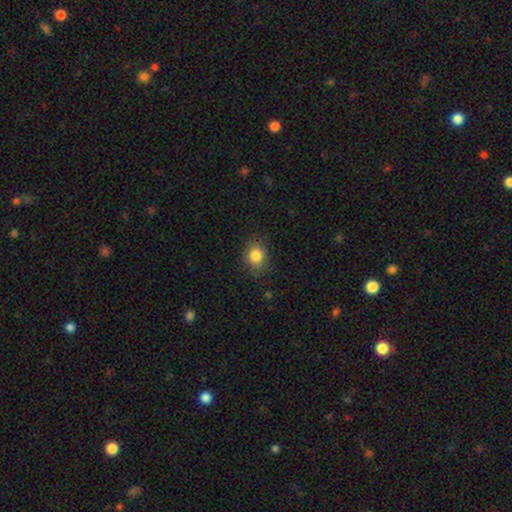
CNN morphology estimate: This is clearly a smooth galaxy (85%). How rounded: possibly round (58%). Merging: clearly none (82%).